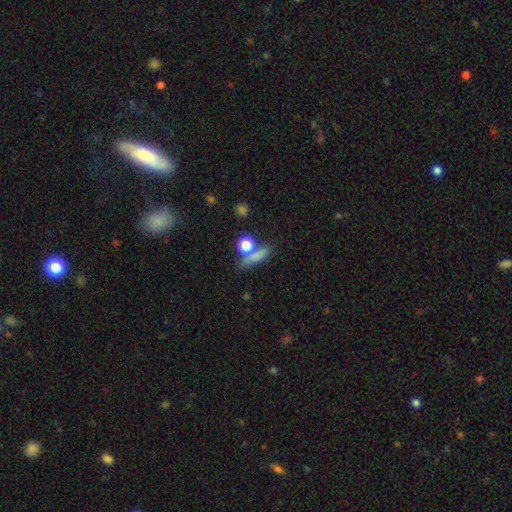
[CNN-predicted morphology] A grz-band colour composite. It shows a smooth galaxy with no disk features (73%) that is cigar-shaped (55%). Merging: none (66%).